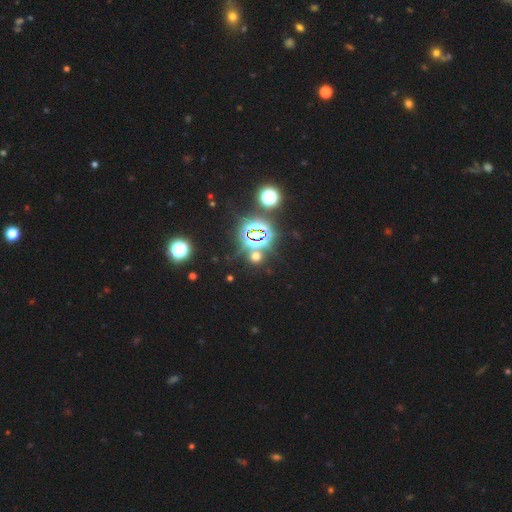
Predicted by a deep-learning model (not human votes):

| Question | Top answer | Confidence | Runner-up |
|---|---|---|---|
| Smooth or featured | star or artifact | 61% | smooth (32%) |